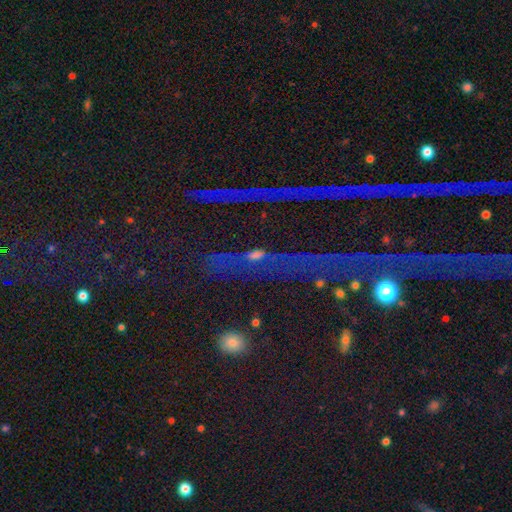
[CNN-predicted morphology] smooth-or-featured: star or artifact: 47% | featured or disk: 29% | smooth: 24%